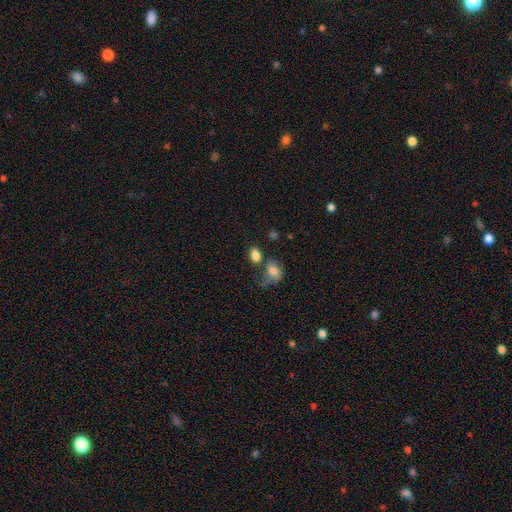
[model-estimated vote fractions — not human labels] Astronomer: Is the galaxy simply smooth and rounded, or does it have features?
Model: smooth — 82%.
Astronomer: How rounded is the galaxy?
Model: in between — 78%.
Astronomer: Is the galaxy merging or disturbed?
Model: none — 55%.